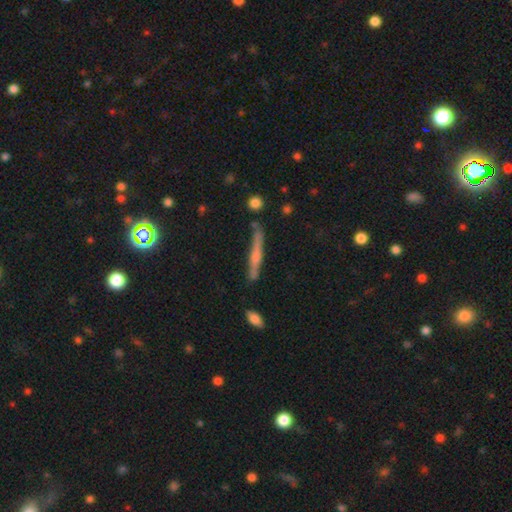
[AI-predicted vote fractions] Smooth or featured? Predicted: smooth (p=0.46, tied with featured or disk). Merging? Predicted: none (p=0.78).